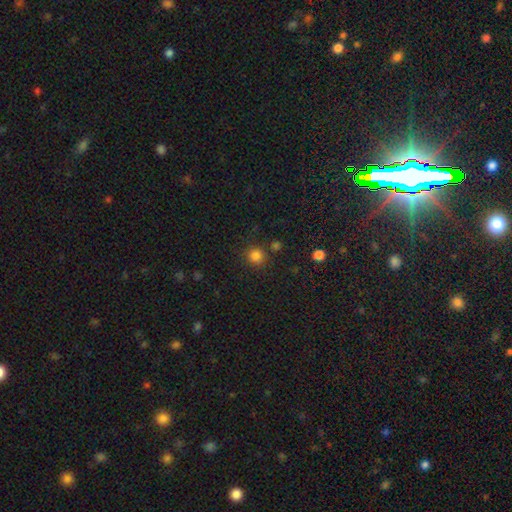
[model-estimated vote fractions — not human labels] smooth 82%, star or artifact 14%, featured or disk 4%. Down the decision tree: how rounded — round (91%); merging — none (82%).